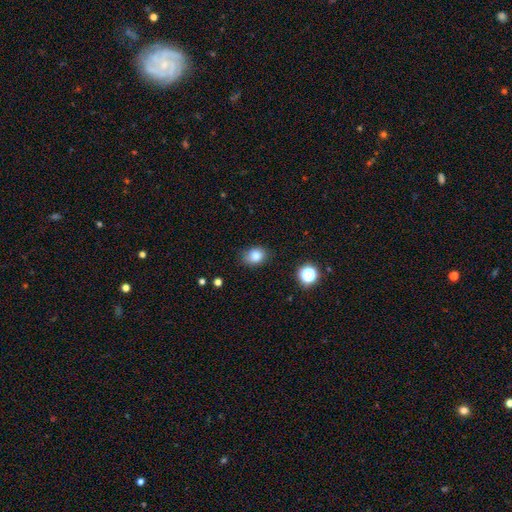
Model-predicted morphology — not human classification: Smooth or featured? smooth (83%)
How rounded? in between (57%)
Merging? none (76%)